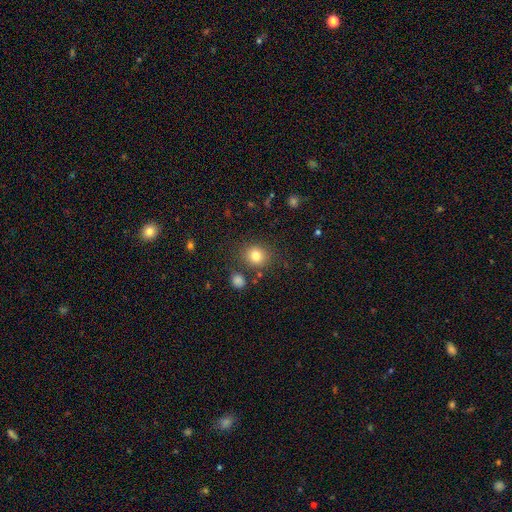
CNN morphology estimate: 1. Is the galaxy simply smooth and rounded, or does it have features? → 81% smooth, 12% star or artifact, 7% featured or disk.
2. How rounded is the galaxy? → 80% round, 19% in between, 1% cigar-shaped.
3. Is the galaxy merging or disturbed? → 83% none, 9% minor disturbance, 5% merger, 3% major disturbance.